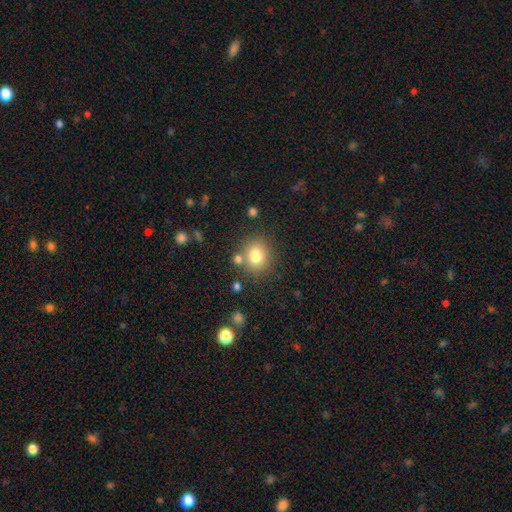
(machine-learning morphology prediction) A smooth galaxy with no disk features (79%) that is round (80%).

Vote fractions:
- Smooth or featured? smooth: 79% / star or artifact: 12% / featured or disk: 10%
- How rounded? round: 80% / in between: 19% / cigar-shaped: 1%
- Merging? none: 77% / minor disturbance: 10% / merger: 9% / major disturbance: 4%